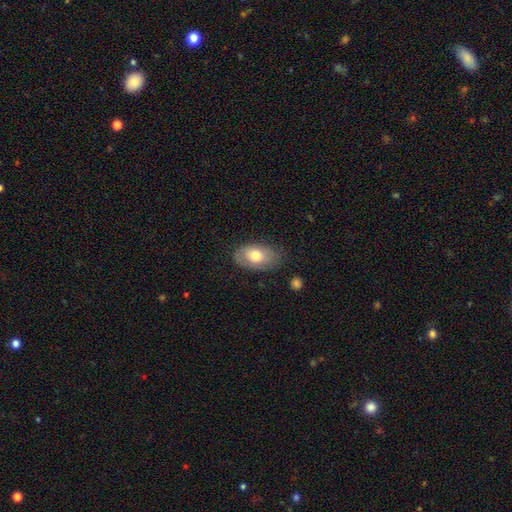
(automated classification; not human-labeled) Smooth or featured?
  - smooth: 66% *
  - featured or disk: 27%
  - star or artifact: 7%
How rounded?
  - in between: 91% *
  - round: 8%
  - cigar-shaped: 1%
Merging?
  - none: 71% *
  - minor disturbance: 22%
  - major disturbance: 5%
  - merger: 2%